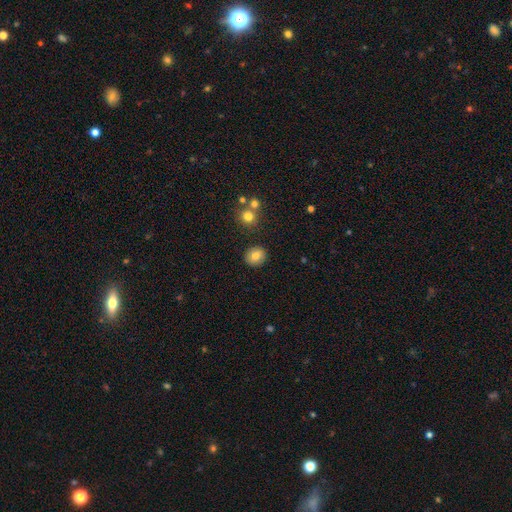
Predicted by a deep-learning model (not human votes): smooth 79%, featured or disk 12%, star or artifact 9%. Down the decision tree: how rounded — round (76%); merging — none (88%).